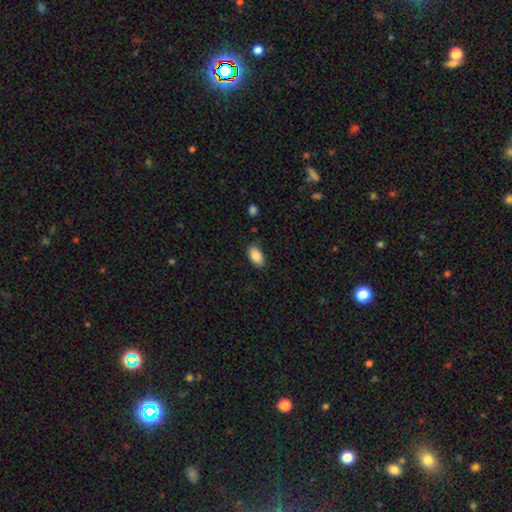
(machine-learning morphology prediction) Overall: smooth (88%). How rounded: in between (93%). Merging: none (84%).